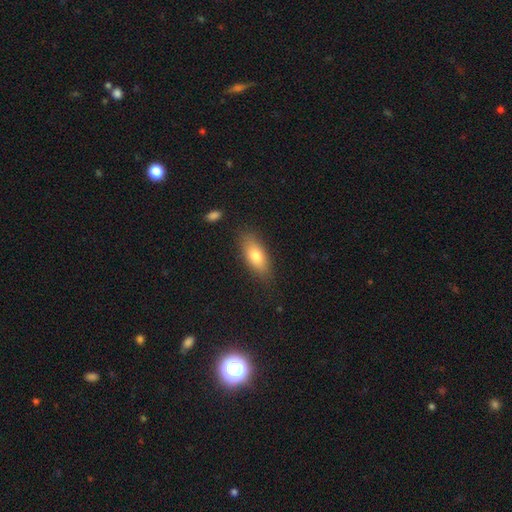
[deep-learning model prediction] The model was most divided on "smooth or featured": smooth: 76%, featured or disk: 17%, star or artifact: 7%. More confident: merging — none (82%); how rounded — in between (80%).